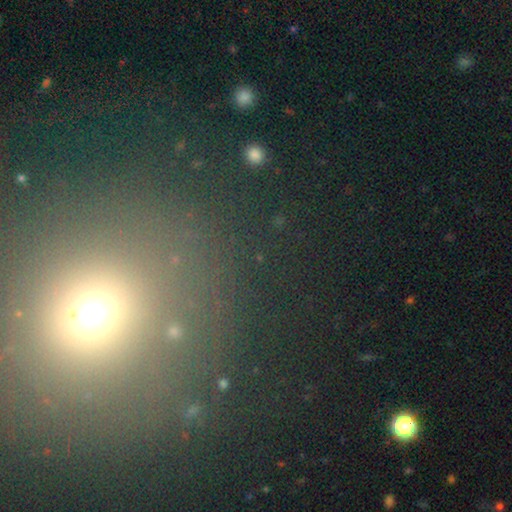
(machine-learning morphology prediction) Smooth or featured? smooth (46%)
Merging? none (80%)